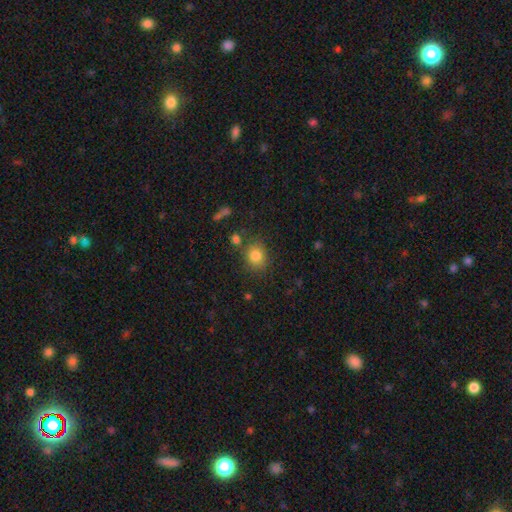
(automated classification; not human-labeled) smooth-or-featured: smooth: 82% | star or artifact: 11% | featured or disk: 7%
  how-rounded: round: 68% | in between: 31% | cigar-shaped: 1%
  merging: none: 78% | minor disturbance: 12% | merger: 6% | major disturbance: 4%